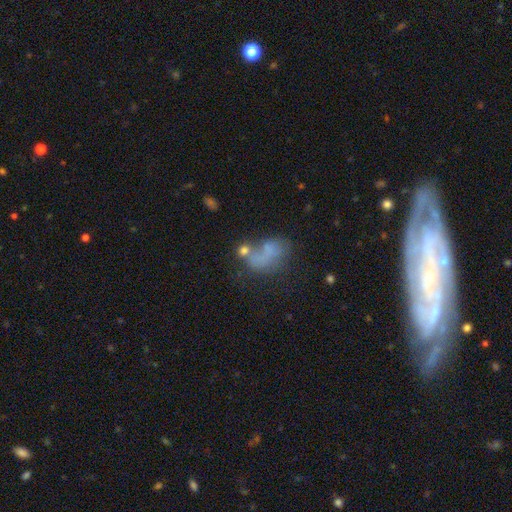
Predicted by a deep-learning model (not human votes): The model was most divided on "merging": merger: 30%, none: 29%, major disturbance: 24%, minor disturbance: 17%. More confident: how rounded — in between (80%); smooth or featured — smooth (52%).